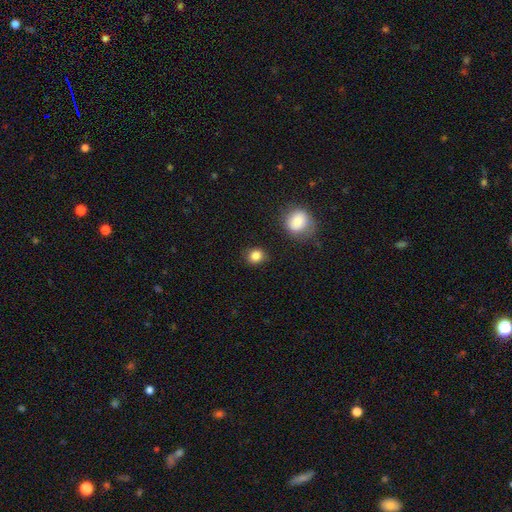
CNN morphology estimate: This appears to be a smooth galaxy with no disk features (85%) that is round (75%). Merging: none (84%).